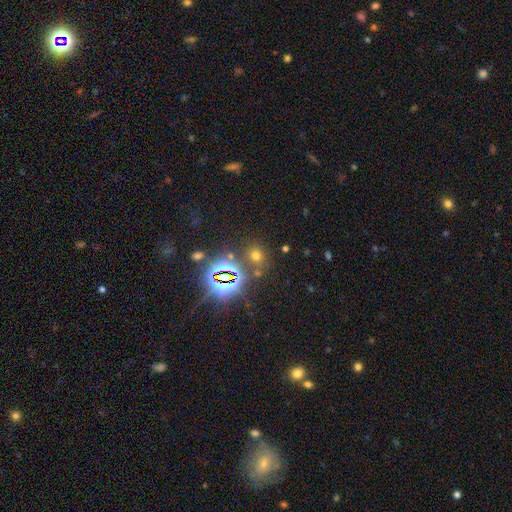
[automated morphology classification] The model was most divided on "smooth or featured": smooth: 51%, star or artifact: 42%, featured or disk: 8%. More confident: merging — none (79%); how rounded — round (77%).